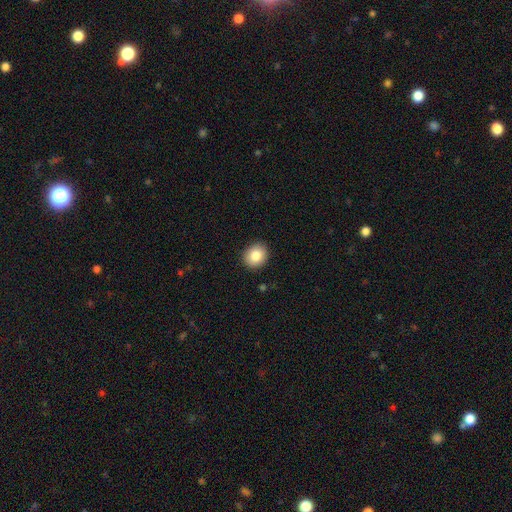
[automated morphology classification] Q: Smooth or featured?
A: smooth (84%); runner-up: star or artifact (9%)
Q: How rounded?
A: round (68%); runner-up: in between (31%)
Q: Merging?
A: none (90%); runner-up: minor disturbance (7%)